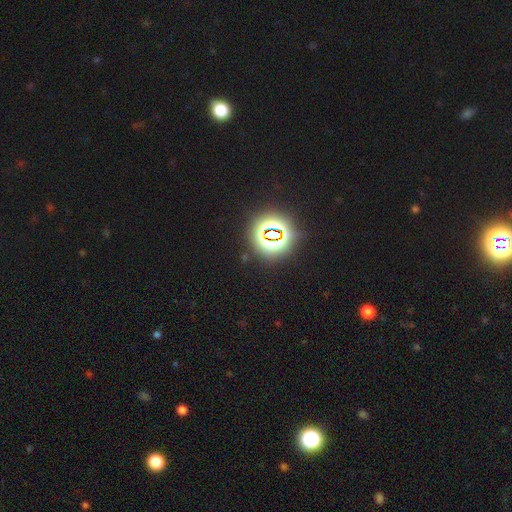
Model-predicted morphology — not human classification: The model was most divided on "smooth or featured": star or artifact: 82%, smooth: 13%, featured or disk: 5%.